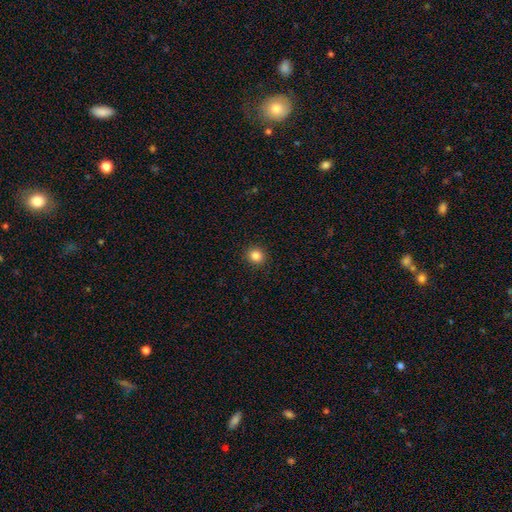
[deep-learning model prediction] A smooth galaxy with no disk features (84%) that is round (88%). Merging: none (92%).